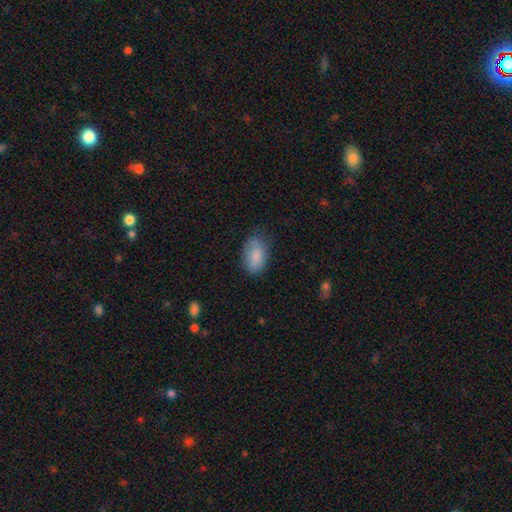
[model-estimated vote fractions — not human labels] smooth-or-featured: smooth: 85% | featured or disk: 8% | star or artifact: 7%
  how-rounded: in between: 92% | round: 6% | cigar-shaped: 2%
  merging: none: 69% | minor disturbance: 24% | major disturbance: 6% | merger: 1%